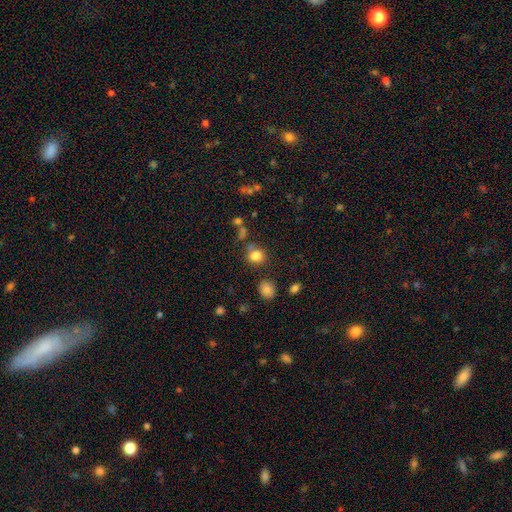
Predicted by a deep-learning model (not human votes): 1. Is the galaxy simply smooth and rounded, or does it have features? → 81% smooth, 13% star or artifact, 6% featured or disk.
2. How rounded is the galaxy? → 80% round, 19% in between, 1% cigar-shaped.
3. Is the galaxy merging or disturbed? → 72% none, 12% minor disturbance, 11% merger, 5% major disturbance.